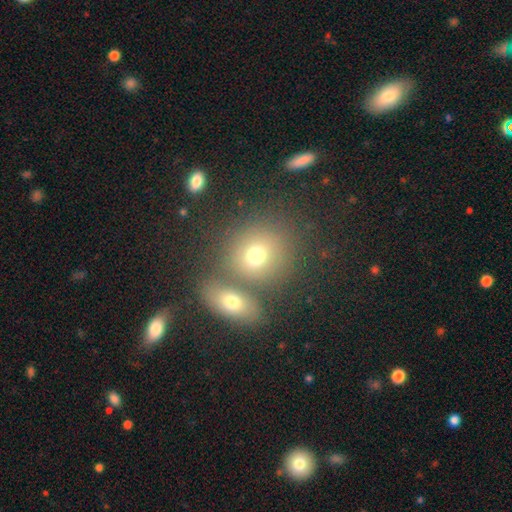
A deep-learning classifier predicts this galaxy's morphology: type=smooth (72%); roundness=round (72%); merging=none (55%).